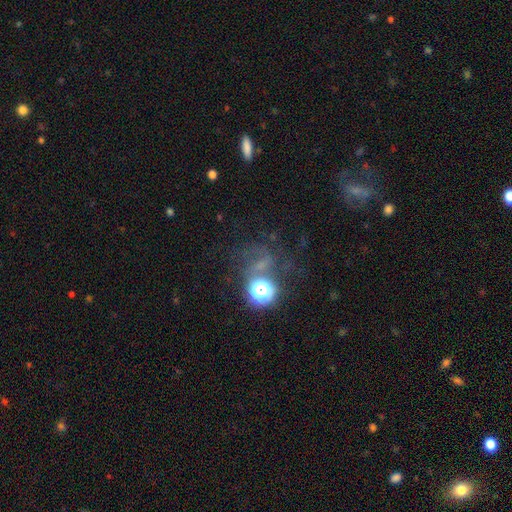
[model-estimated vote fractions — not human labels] Smooth or featured: star or artifact — 68% (smooth — 20%)